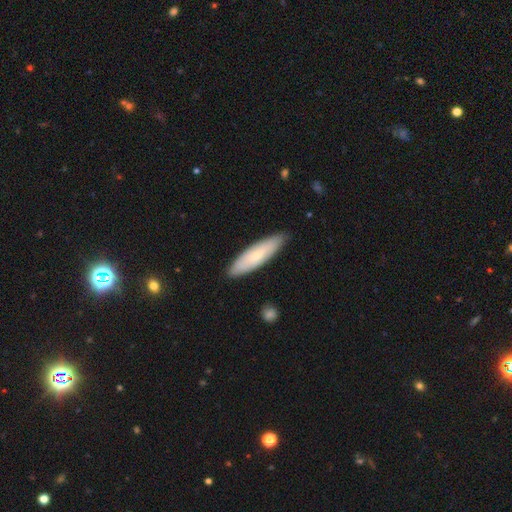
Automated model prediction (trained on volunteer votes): This is likely a smooth galaxy (67%). How rounded: likely cigar-shaped (64%). Merging: clearly none (87%).